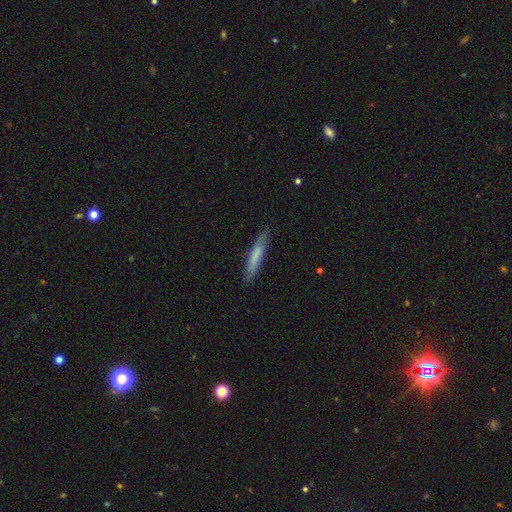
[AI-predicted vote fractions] Smooth or featured: smooth — 72% (featured or disk — 23%)
How rounded: cigar-shaped — 92% (in between — 7%)
Merging: none — 87% (minor disturbance — 10%)